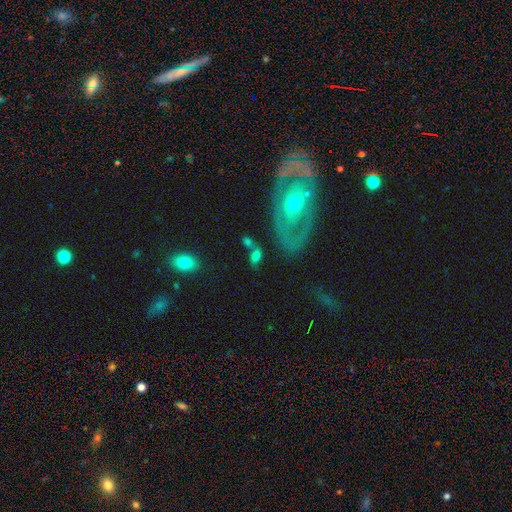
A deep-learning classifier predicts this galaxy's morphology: Q: Smooth or featured?
A: smooth (64%); runner-up: featured or disk (25%)
Q: How rounded?
A: in between (80%); runner-up: round (15%)
Q: Merging?
A: none (43%); runner-up: merger (29%)